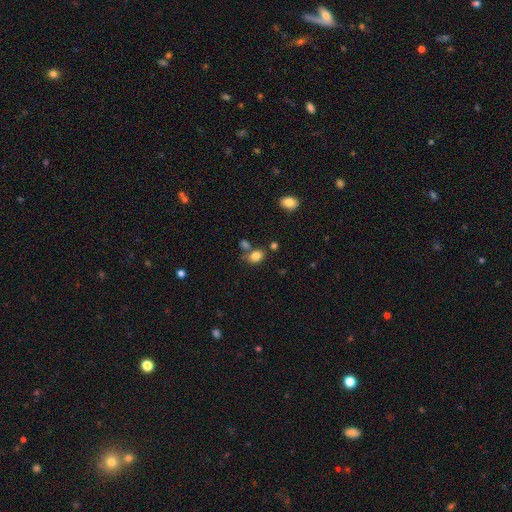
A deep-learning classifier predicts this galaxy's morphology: A smooth galaxy with no disk features (81%) that is in between round and cigar-shaped (59%).

Vote fractions:
- Smooth or featured? smooth: 81% / star or artifact: 11% / featured or disk: 7%
- How rounded? in between: 59% / round: 40% / cigar-shaped: 1%
- Merging? none: 62% / merger: 18% / minor disturbance: 15% / major disturbance: 5%